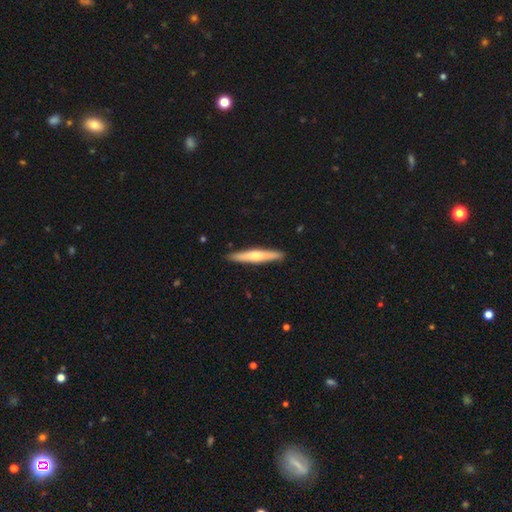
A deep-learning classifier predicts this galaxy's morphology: This appears to be a featured or disk galaxy (48%). Merging: none (91%).